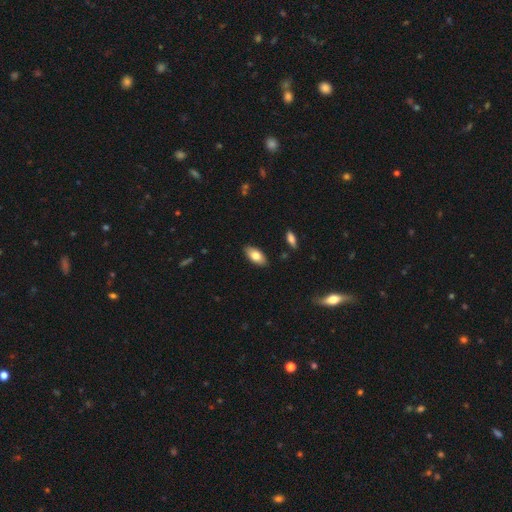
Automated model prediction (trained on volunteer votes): Smooth or featured? Predicted: smooth (p=0.79). How rounded? Predicted: in between (p=0.91). Merging? Predicted: none (p=0.87).